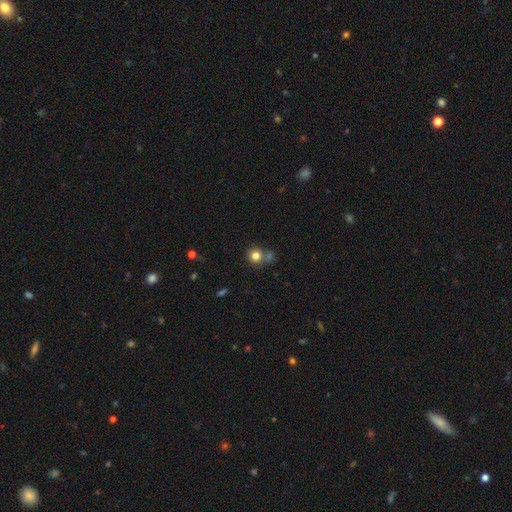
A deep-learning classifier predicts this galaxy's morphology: A smooth galaxy with no disk features (80%) that is round (88%).

Vote fractions:
- Smooth or featured? smooth: 80% / star or artifact: 12% / featured or disk: 8%
- How rounded? round: 88% / in between: 11% / cigar-shaped: 1%
- Merging? none: 59% / merger: 27% / minor disturbance: 10% / major disturbance: 4%